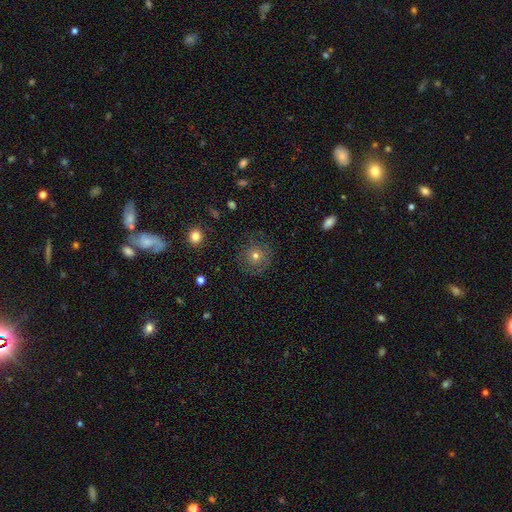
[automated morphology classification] The model was most divided on "smooth or featured": smooth: 66%, featured or disk: 19%, star or artifact: 15%. More confident: how rounded — round (93%); merging — none (81%).